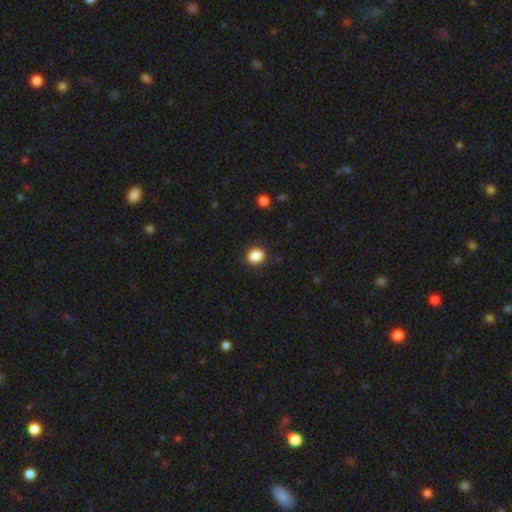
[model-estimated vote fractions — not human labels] Overall: smooth (88%). How rounded: round (57%; in between 42%). Merging: none (87%).